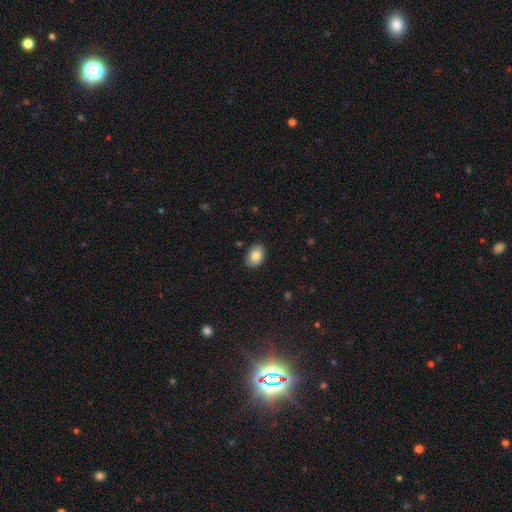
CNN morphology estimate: Smooth or featured?
  - smooth: 83% *
  - featured or disk: 10%
  - star or artifact: 7%
How rounded?
  - in between: 81% *
  - round: 18%
  - cigar-shaped: 1%
Merging?
  - none: 86% *
  - minor disturbance: 11%
  - major disturbance: 2%
  - merger: 1%